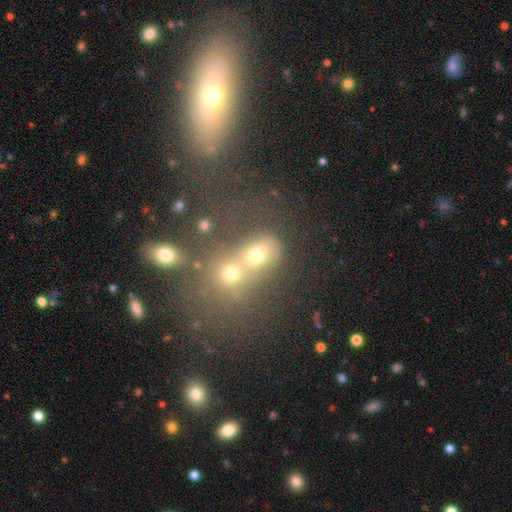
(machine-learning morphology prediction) Overall: smooth (60%; star or artifact 22%). How rounded: in between (52%; round 45%). Merging: merger (54%; none 30%).